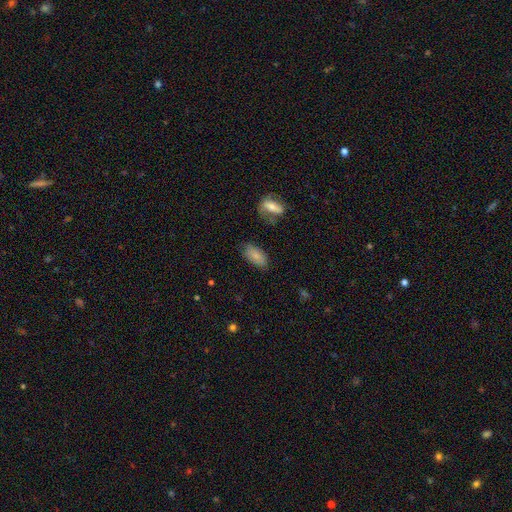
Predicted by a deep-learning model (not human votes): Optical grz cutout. It shows a smooth galaxy with no disk features (82%) that is in between round and cigar-shaped (93%). Merging: none (73%).